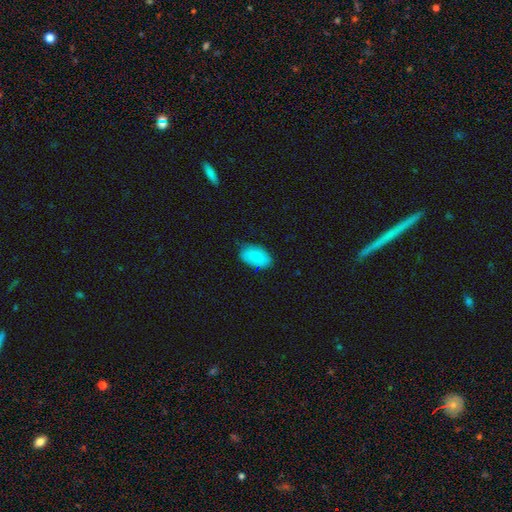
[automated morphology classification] Q: Smooth or featured?
A: smooth (87%); runner-up: featured or disk (7%)
Q: How rounded?
A: in between (94%); runner-up: round (4%)
Q: Merging?
A: none (77%); runner-up: minor disturbance (18%)